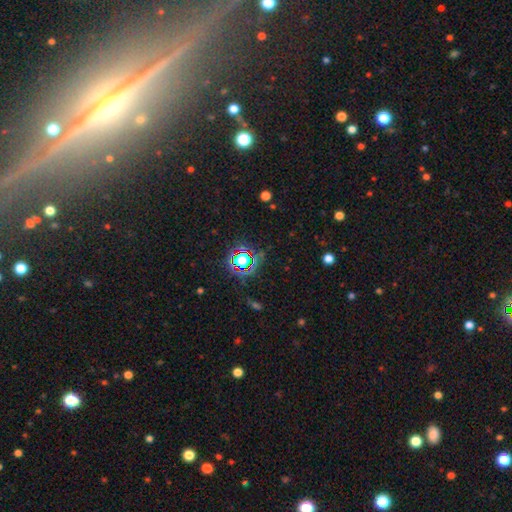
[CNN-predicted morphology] This appears to be a star or artifact, not a galaxy (77%).